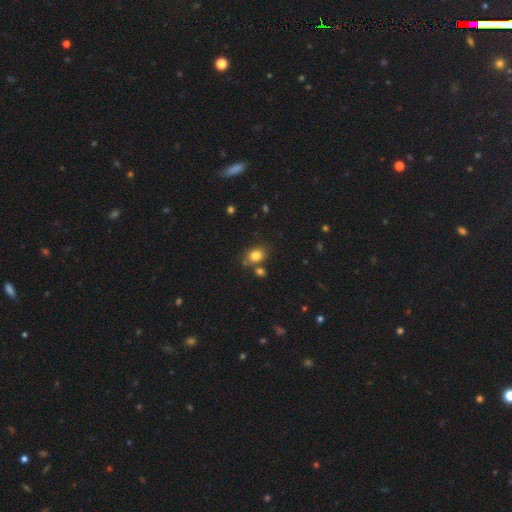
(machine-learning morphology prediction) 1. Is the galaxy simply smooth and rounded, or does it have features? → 82% smooth, 11% star or artifact, 7% featured or disk.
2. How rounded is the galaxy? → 58% in between, 41% round, 1% cigar-shaped.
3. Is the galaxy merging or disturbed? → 69% none, 14% merger, 14% minor disturbance, 4% major disturbance.